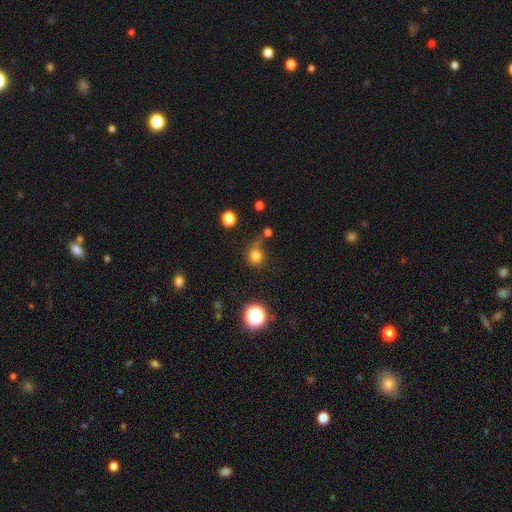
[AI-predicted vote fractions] A smooth galaxy with no disk features (77%) that is round (88%). Merging: none (57%).